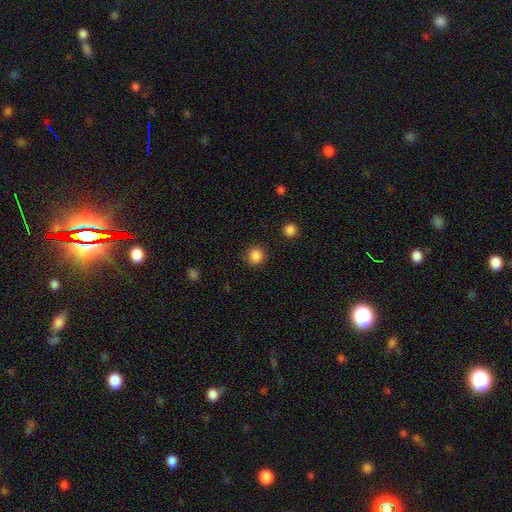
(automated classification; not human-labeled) Morphology: type=smooth (86%); roundness=round (91%); merging=none (90%).